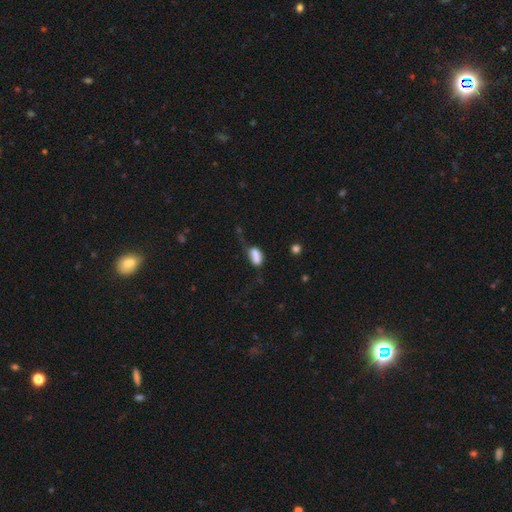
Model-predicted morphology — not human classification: type=smooth (70%); roundness=in between (81%); merging=merger (41%).